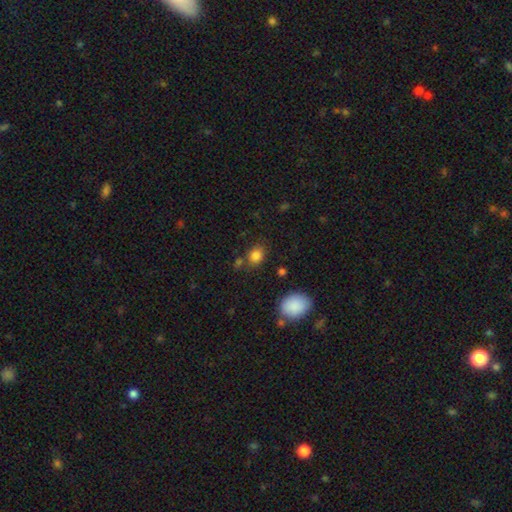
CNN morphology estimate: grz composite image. It shows a smooth galaxy with no disk features (83%) that is in between round and cigar-shaped (51%). Merging: none (72%).